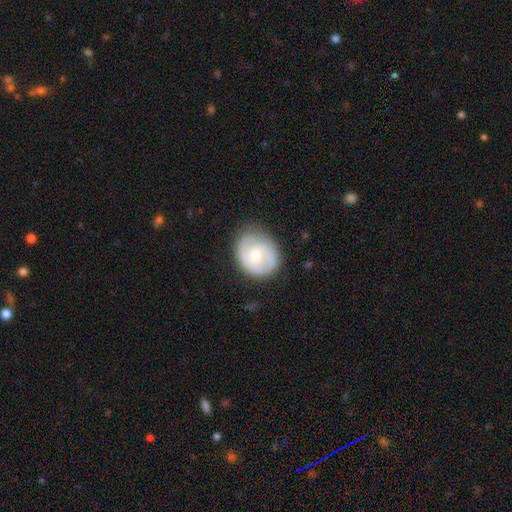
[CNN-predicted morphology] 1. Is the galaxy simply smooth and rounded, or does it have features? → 58% featured or disk, 36% smooth, 6% star or artifact.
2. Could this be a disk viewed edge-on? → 97% no, 3% yes.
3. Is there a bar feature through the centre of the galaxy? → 64% no, 31% weak, 5% strong.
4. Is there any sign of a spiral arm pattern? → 81% yes, 19% no.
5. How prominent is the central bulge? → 60% moderate, 31% small, 6% large, 2% none, 1% dominant.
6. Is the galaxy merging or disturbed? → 76% none, 18% minor disturbance, 6% major disturbance, 1% merger.